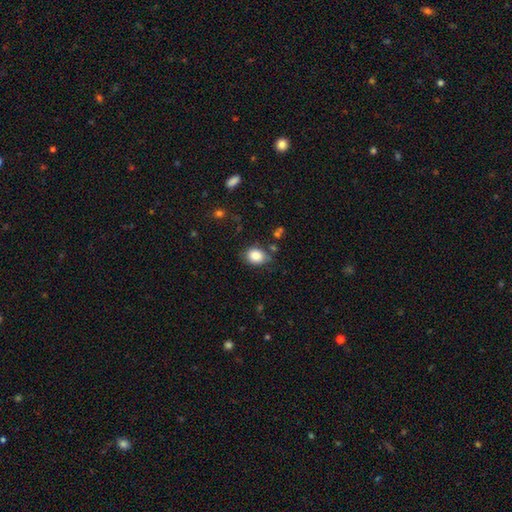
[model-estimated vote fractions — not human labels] Overall: smooth (86%). How rounded: in between (50%; round 49%). Merging: none (74%).